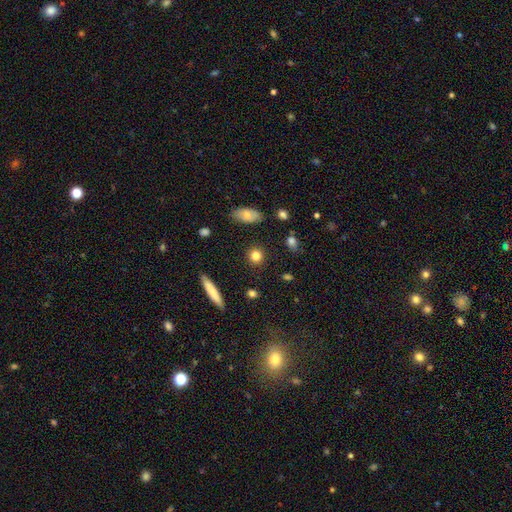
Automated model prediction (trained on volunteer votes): Morphology: type=smooth (81%); roundness=round (84%); merging=none (89%).